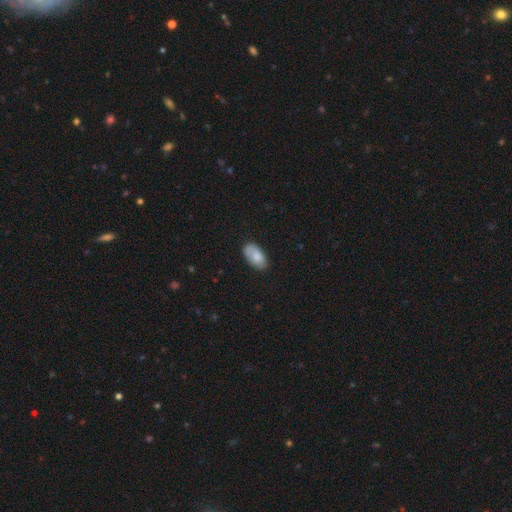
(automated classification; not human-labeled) Smooth or featured: smooth — 79% (featured or disk — 14%)
How rounded: in between — 94% (round — 4%)
Merging: none — 73% (minor disturbance — 20%)